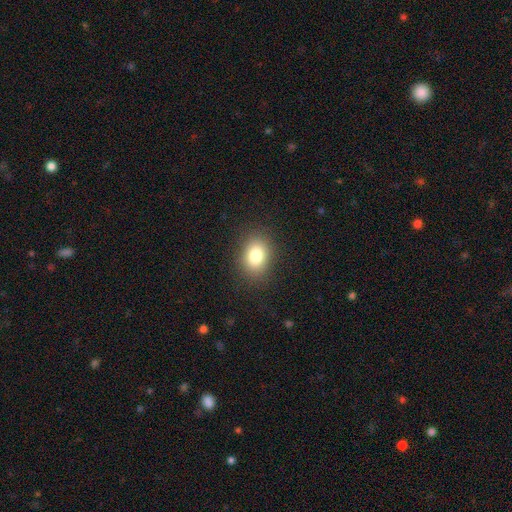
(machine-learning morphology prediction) A smooth galaxy with no disk features (81%) that is in between round and cigar-shaped (66%).

Vote fractions:
- Smooth or featured? smooth: 81% / star or artifact: 11% / featured or disk: 8%
- How rounded? in between: 66% / round: 33% / cigar-shaped: 1%
- Merging? none: 87% / minor disturbance: 9% / major disturbance: 3% / merger: 1%